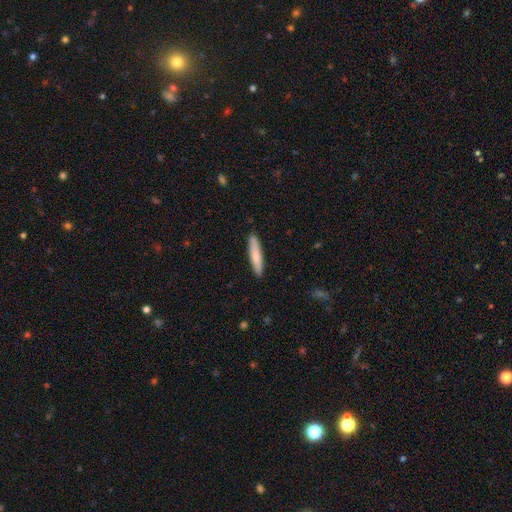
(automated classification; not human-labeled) A smooth galaxy with no disk features (76%) that is cigar-shaped (89%). Merging: none (89%).